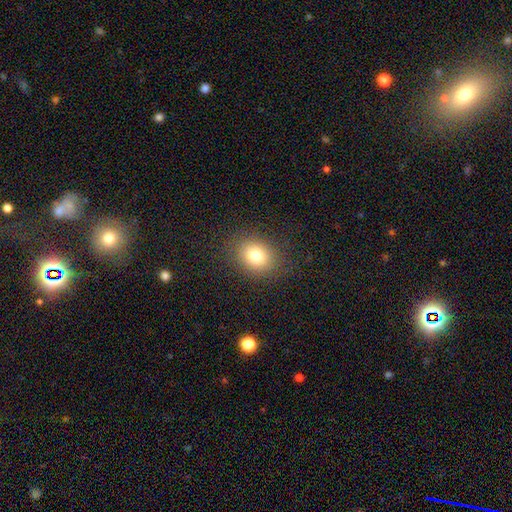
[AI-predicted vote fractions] A smooth galaxy with no disk features (78%) that is round (58%).

Vote fractions:
- Smooth or featured? smooth: 78% / star or artifact: 13% / featured or disk: 9%
- How rounded? round: 58% / in between: 41% / cigar-shaped: 1%
- Merging? none: 86% / minor disturbance: 9% / major disturbance: 4% / merger: 1%